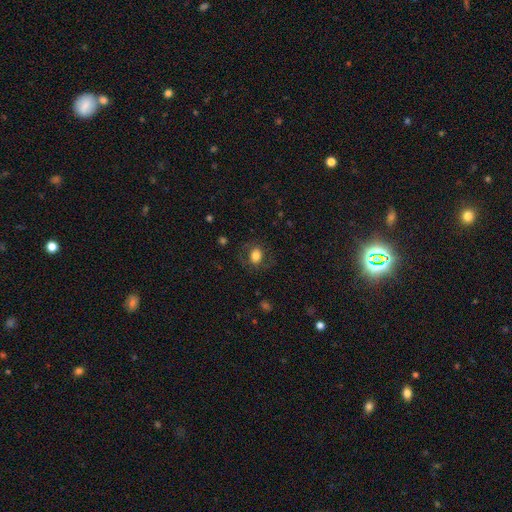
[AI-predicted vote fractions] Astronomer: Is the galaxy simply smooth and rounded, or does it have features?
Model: smooth — 71%.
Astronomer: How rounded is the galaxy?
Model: round — 53% (runner-up: in between, 46%).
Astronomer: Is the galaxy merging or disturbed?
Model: none — 74%.